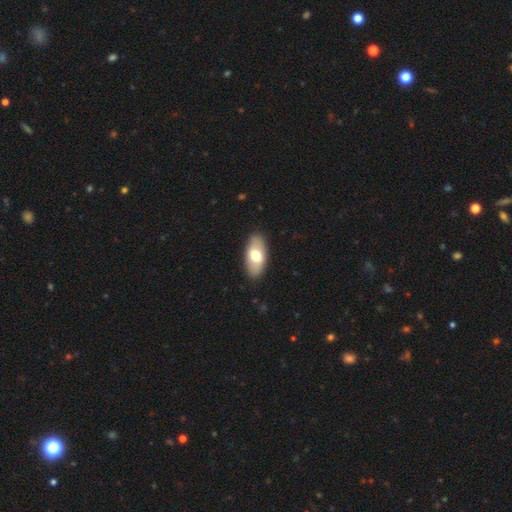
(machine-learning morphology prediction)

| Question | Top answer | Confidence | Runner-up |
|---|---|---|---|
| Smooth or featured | smooth | 67% | featured or disk (27%) |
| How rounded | in between | 92% | cigar-shaped (6%) |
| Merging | none | 88% | minor disturbance (9%) |